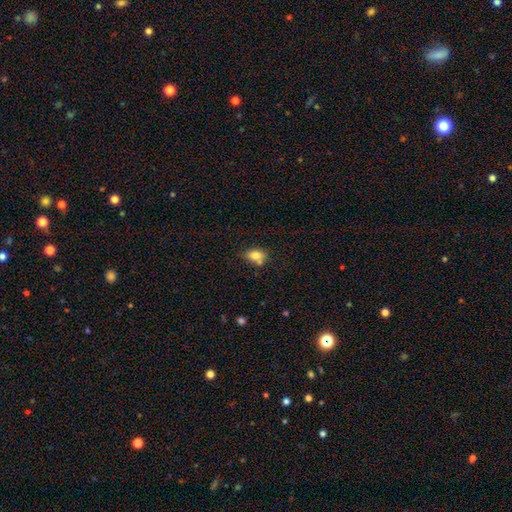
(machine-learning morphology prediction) This is likely a smooth galaxy (79%). How rounded: likely in between (76%). Merging: possibly none (54%).